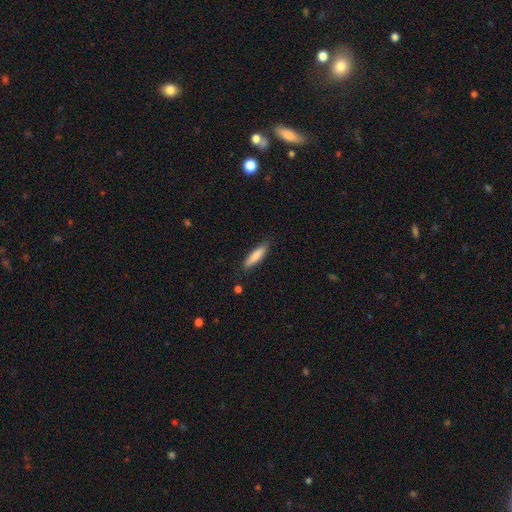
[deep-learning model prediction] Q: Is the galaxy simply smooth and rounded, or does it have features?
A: smooth — 82%.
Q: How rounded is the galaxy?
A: cigar-shaped — 78%.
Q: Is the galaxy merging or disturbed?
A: none — 85%.